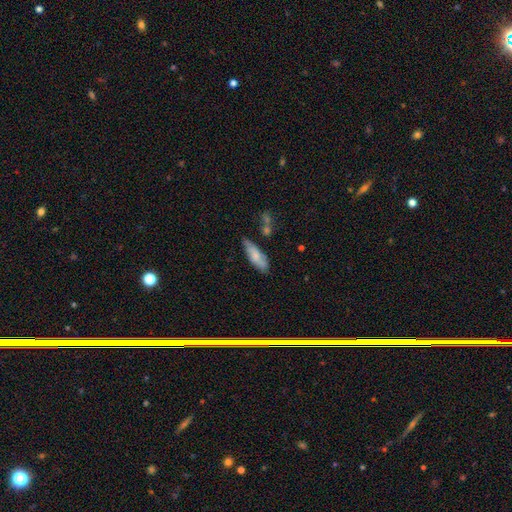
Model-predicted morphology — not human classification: smooth-or-featured: smooth: 66% | featured or disk: 28% | star or artifact: 6%
  how-rounded: in between: 60% | cigar-shaped: 38% | round: 2%
  merging: none: 64% | minor disturbance: 25% | major disturbance: 5% | merger: 5%